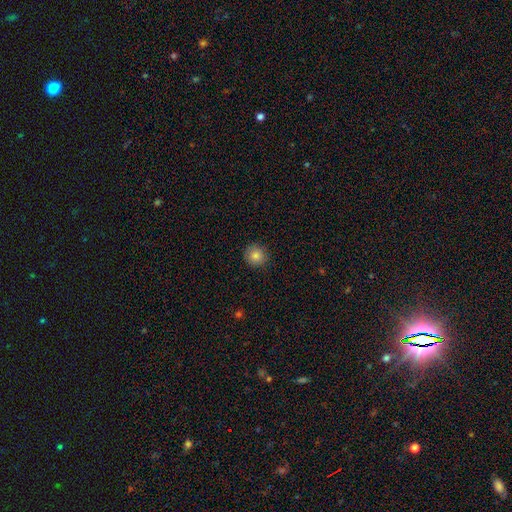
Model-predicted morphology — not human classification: This appears to be a smooth galaxy with no disk features (83%) that is round (92%). Merging: none (90%).